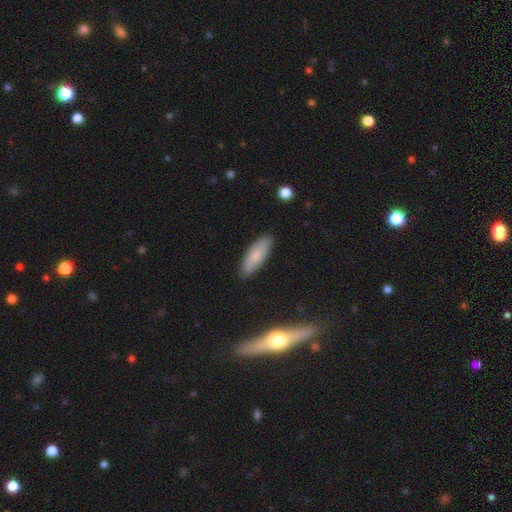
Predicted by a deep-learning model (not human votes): Smooth or featured? smooth (78%)
How rounded? in between (65%)
Merging? none (86%)